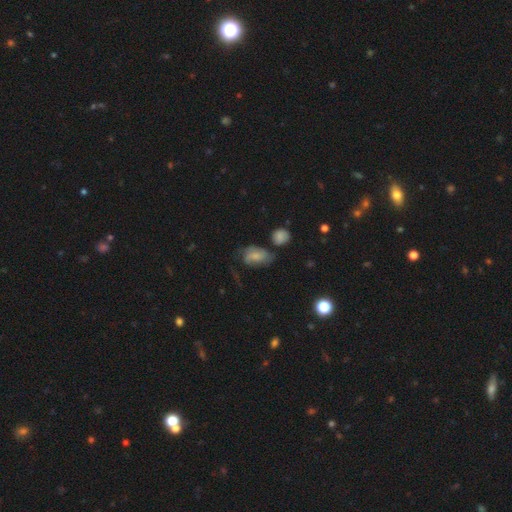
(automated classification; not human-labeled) A smooth galaxy with no disk features (52%) that is in between round and cigar-shaped (81%).

Vote fractions:
- Smooth or featured? smooth: 52% / featured or disk: 38% / star or artifact: 10%
- How rounded? in between: 81% / round: 17% / cigar-shaped: 2%
- Merging? none: 41% / minor disturbance: 27% / major disturbance: 22% / merger: 9%